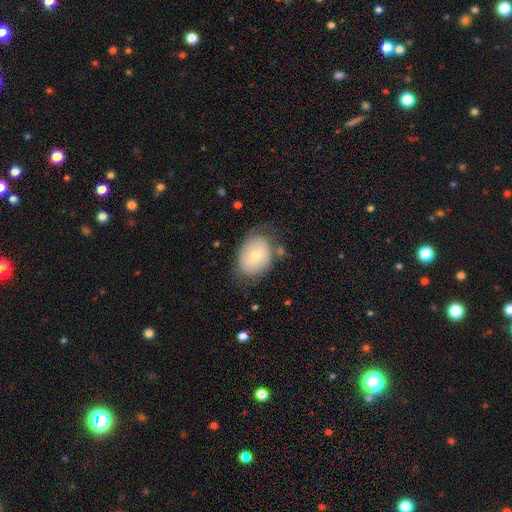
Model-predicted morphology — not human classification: Overall: smooth (53%; featured or disk 39%). How rounded: in between (69%; round 30%). Merging: none (60%; minor disturbance 25%).